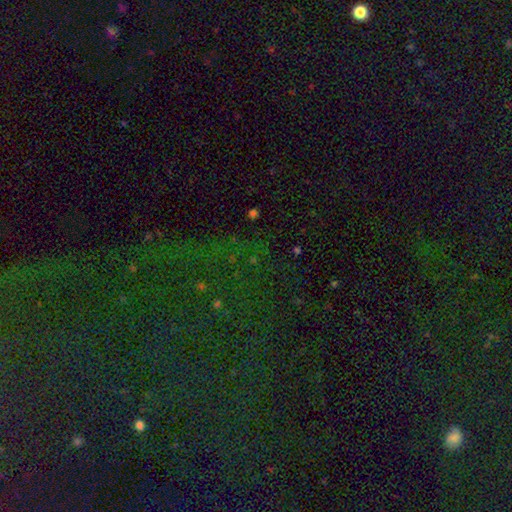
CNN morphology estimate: smooth_or_featured: star or artifact (p=0.81) [alt: smooth p=0.11]